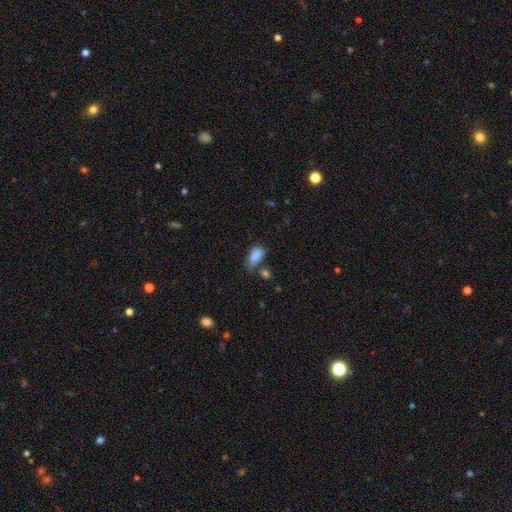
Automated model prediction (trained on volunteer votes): A smooth galaxy with no disk features (85%) that is in between round and cigar-shaped (89%).

Vote fractions:
- Smooth or featured? smooth: 85% / star or artifact: 9% / featured or disk: 6%
- How rounded? in between: 89% / cigar-shaped: 6% / round: 5%
- Merging? none: 45% / minor disturbance: 30% / major disturbance: 13% / merger: 12%